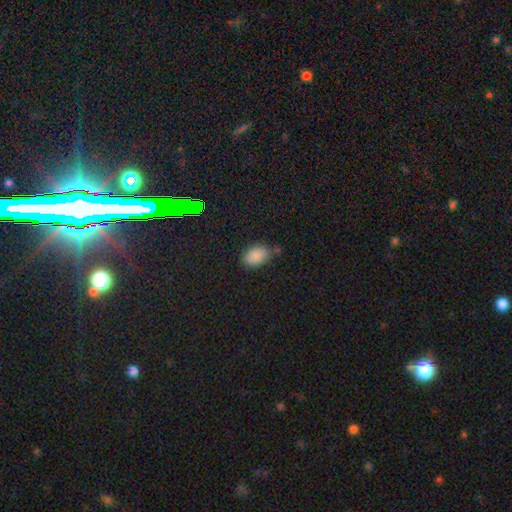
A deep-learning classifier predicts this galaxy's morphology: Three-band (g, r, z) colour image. It shows a smooth galaxy with no disk features (86%) that is in between round and cigar-shaped (89%). Merging: none (72%).